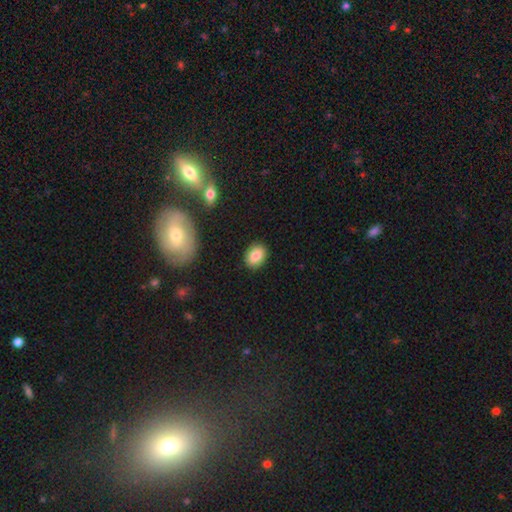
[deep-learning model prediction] Smooth or featured?
  - smooth: 83% *
  - star or artifact: 9%
  - featured or disk: 8%
How rounded?
  - in between: 67% *
  - round: 32%
  - cigar-shaped: 1%
Merging?
  - none: 89% *
  - minor disturbance: 8%
  - major disturbance: 2%
  - merger: 1%